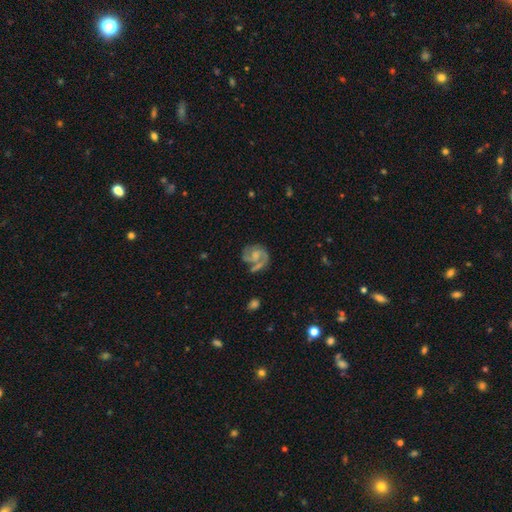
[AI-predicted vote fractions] Morphology: type=featured or disk (74%); edge-on=no (98%); bar=no (59%); spiral arms=yes (89%); winding=medium (46%); arm count=2 (64%); bulge=moderate (33%); merging=none (53%).